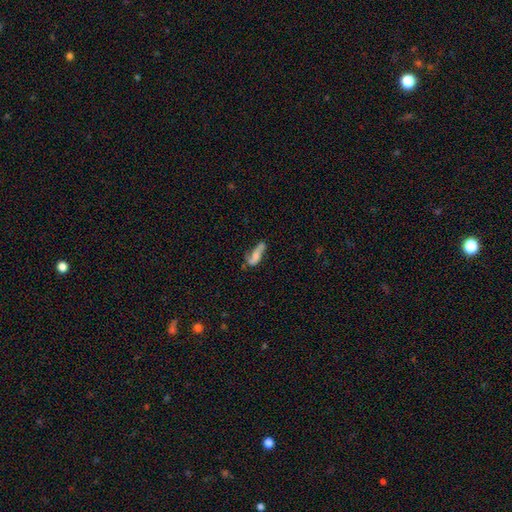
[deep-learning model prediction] A smooth galaxy with no disk features (51%) that is in between round and cigar-shaped (58%).

Vote fractions:
- Smooth or featured? smooth: 51% / featured or disk: 40% / star or artifact: 9%
- How rounded? in between: 58% / cigar-shaped: 39% / round: 3%
- Merging? none: 39% / minor disturbance: 28% / major disturbance: 21% / merger: 11%